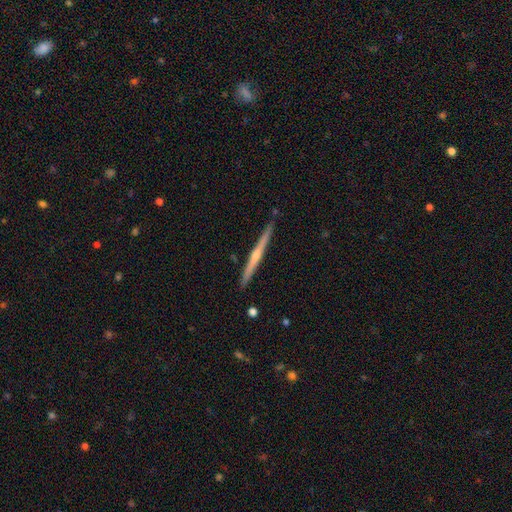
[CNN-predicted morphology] Q: Smooth or featured?
A: featured or disk (73%); runner-up: smooth (22%)
Q: Edge-on disk?
A: yes (98%); runner-up: no (2%)
Q: Edge-on bulge?
A: rounded (74%); runner-up: none (22%)
Q: Merging?
A: none (91%); runner-up: minor disturbance (7%)